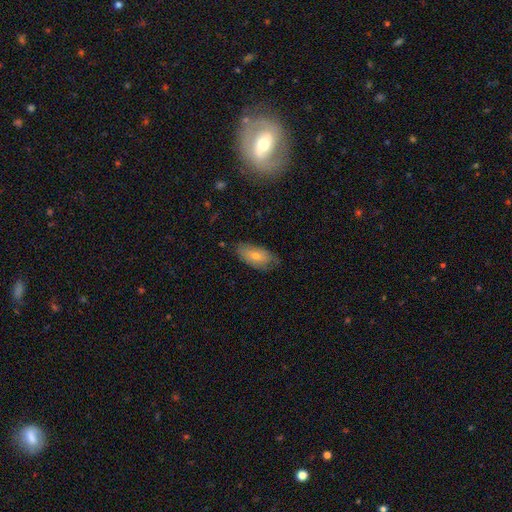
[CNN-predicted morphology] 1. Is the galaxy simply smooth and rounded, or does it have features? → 63% smooth, 29% featured or disk, 9% star or artifact.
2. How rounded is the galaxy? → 88% in between, 8% cigar-shaped, 4% round.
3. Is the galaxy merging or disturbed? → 72% none, 22% minor disturbance, 5% major disturbance, 1% merger.